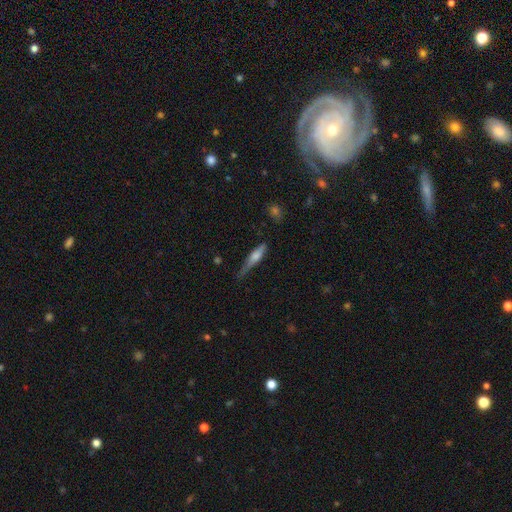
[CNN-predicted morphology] smooth_or_featured: smooth (p=0.56) [alt: featured or disk p=0.37]
how_rounded: cigar-shaped (p=0.80) [alt: in between p=0.17]
merging: none (p=0.49) [alt: minor disturbance p=0.37]